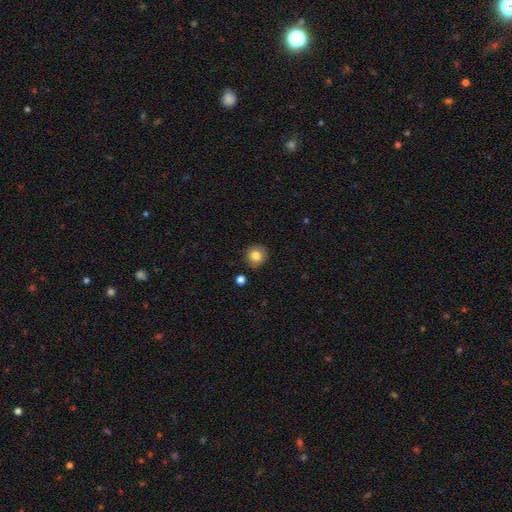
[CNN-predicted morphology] Q: Smooth or featured?
A: smooth (81%); runner-up: star or artifact (10%)
Q: How rounded?
A: round (88%); runner-up: in between (11%)
Q: Merging?
A: none (87%); runner-up: minor disturbance (9%)